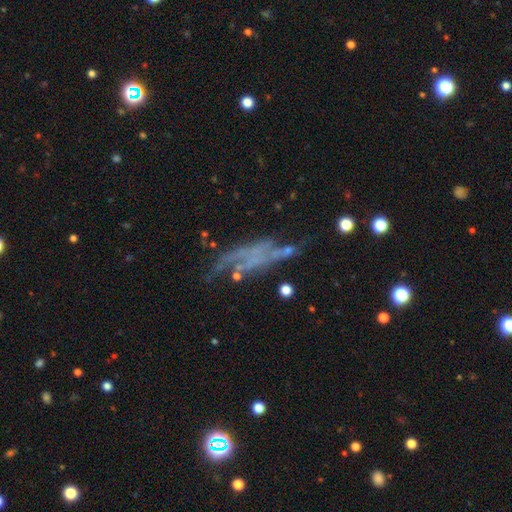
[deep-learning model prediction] Overall: featured or disk (61%; smooth 22%). Edge-on disk: no (75%). Merging: none (38%; major disturbance 32%).